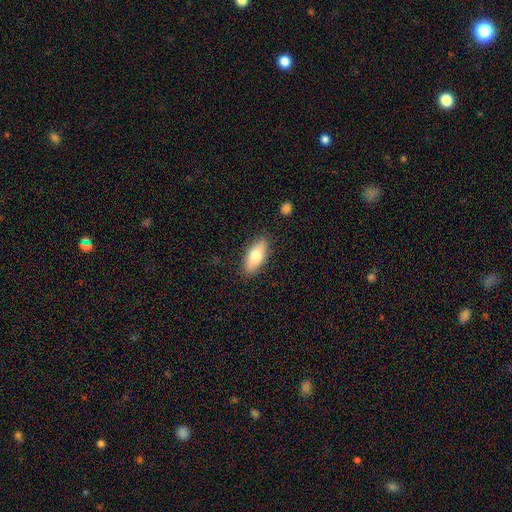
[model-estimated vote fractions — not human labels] Smooth or featured?
  - smooth: 73% *
  - featured or disk: 20%
  - star or artifact: 6%
How rounded?
  - in between: 77% *
  - cigar-shaped: 21%
  - round: 3%
Merging?
  - none: 87% *
  - minor disturbance: 10%
  - major disturbance: 2%
  - merger: 1%